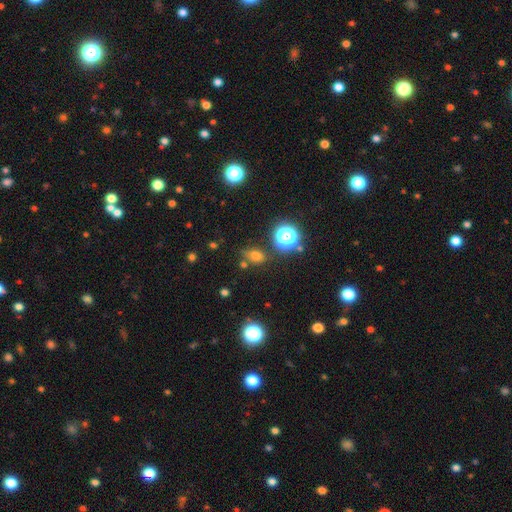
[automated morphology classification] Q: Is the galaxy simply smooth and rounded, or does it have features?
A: smooth — 67%.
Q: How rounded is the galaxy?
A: in between — 66%.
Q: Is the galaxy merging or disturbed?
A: none — 70%.